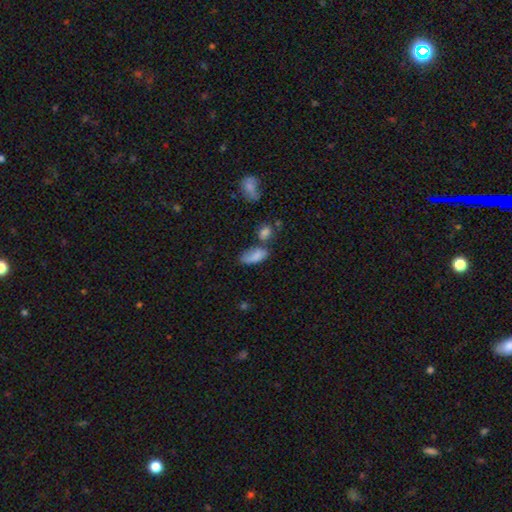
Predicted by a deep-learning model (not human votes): Smooth or featured: smooth — 80% (featured or disk — 11%)
How rounded: in between — 88% (cigar-shaped — 9%)
Merging: none — 40% (minor disturbance — 26%)